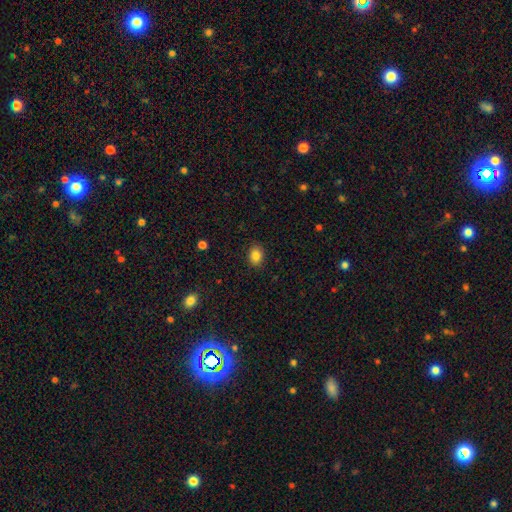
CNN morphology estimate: smooth_or_featured: smooth (p=0.85) [alt: star or artifact p=0.10]
how_rounded: in between (p=0.58) [alt: round p=0.41]
merging: none (p=0.88) [alt: minor disturbance p=0.08]